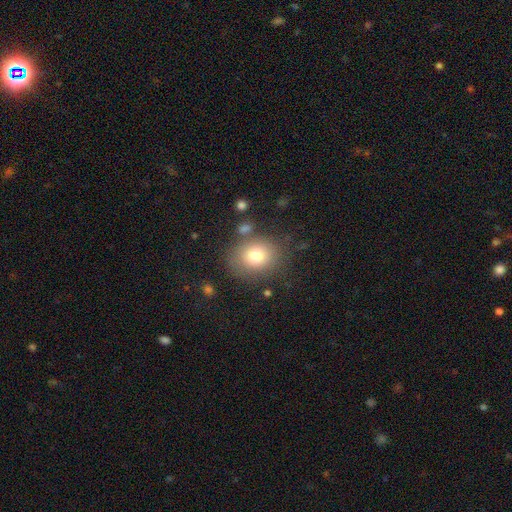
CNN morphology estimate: Smooth or featured: smooth — 76% (featured or disk — 12%)
How rounded: round — 66% (in between — 33%)
Merging: none — 76% (minor disturbance — 13%)